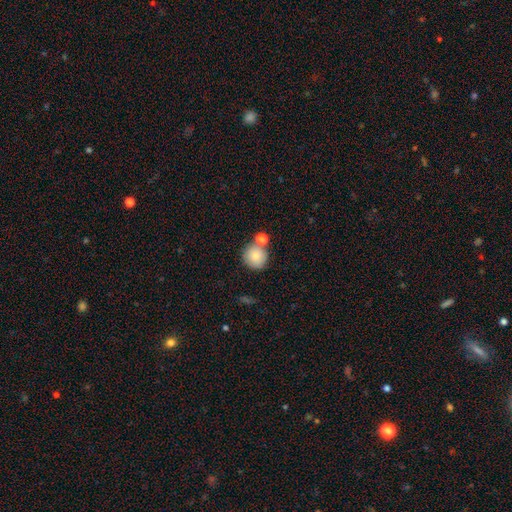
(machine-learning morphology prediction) Q: Smooth or featured?
A: smooth (82%); runner-up: star or artifact (9%)
Q: How rounded?
A: round (93%); runner-up: in between (6%)
Q: Merging?
A: none (66%); runner-up: merger (21%)